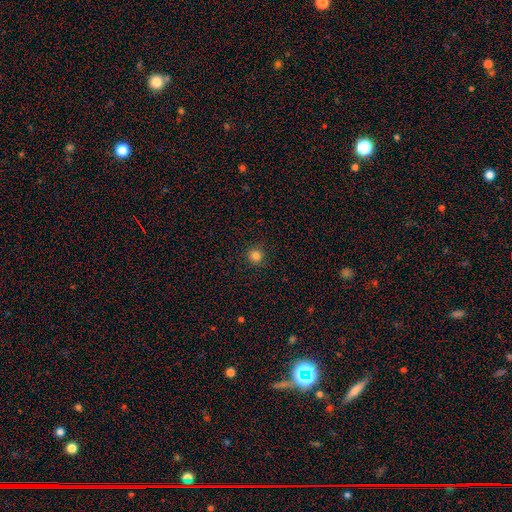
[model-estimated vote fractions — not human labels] The model was most divided on "smooth or featured": smooth: 83%, star or artifact: 13%, featured or disk: 4%. More confident: how rounded — round (95%); merging — none (92%).